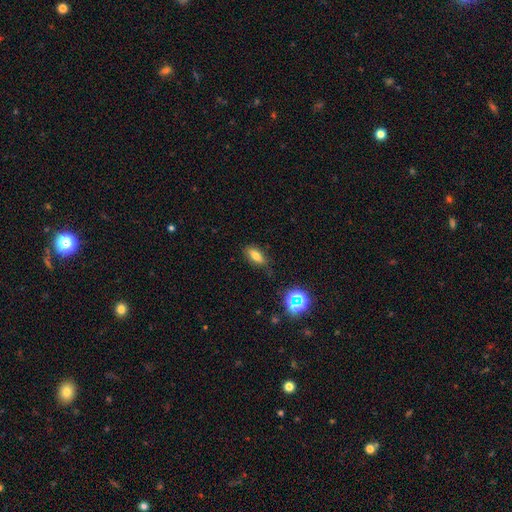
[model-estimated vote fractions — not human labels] Smooth or featured? smooth (71%)
How rounded? in between (78%)
Merging? none (76%)